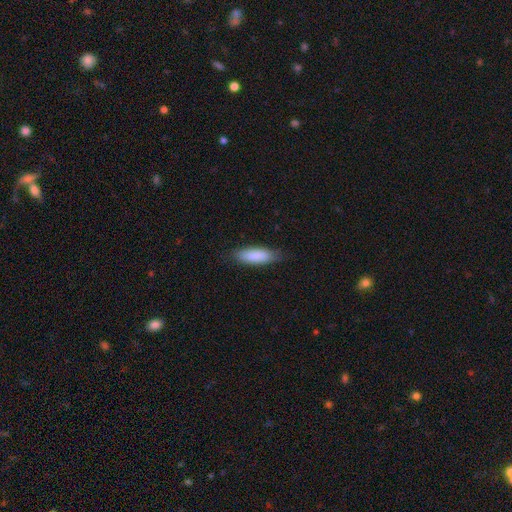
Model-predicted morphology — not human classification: Overall: smooth (87%). How rounded: in between (56%; cigar-shaped 42%). Merging: none (82%).